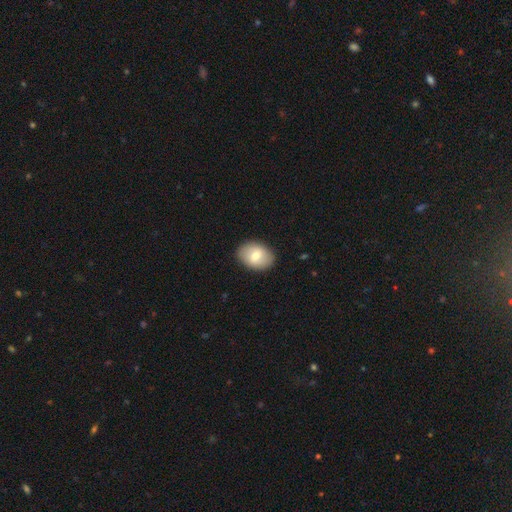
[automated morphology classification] smooth 70%, featured or disk 24%, star or artifact 6%. Down the decision tree: how rounded — in between (79%); merging — none (87%).